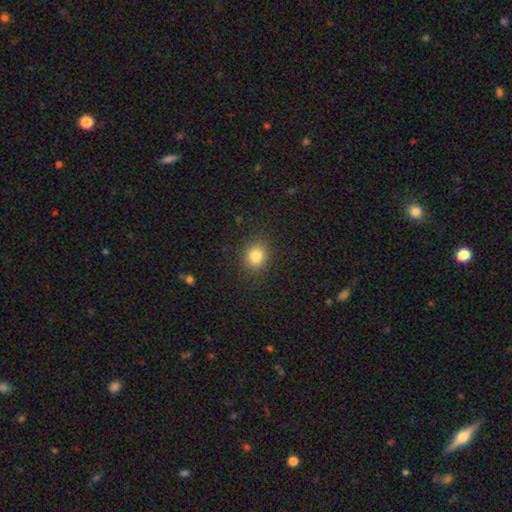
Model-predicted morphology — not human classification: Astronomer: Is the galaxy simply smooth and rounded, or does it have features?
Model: smooth — 82%.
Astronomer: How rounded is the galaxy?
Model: round — 73%.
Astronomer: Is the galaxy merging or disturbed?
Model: none — 88%.